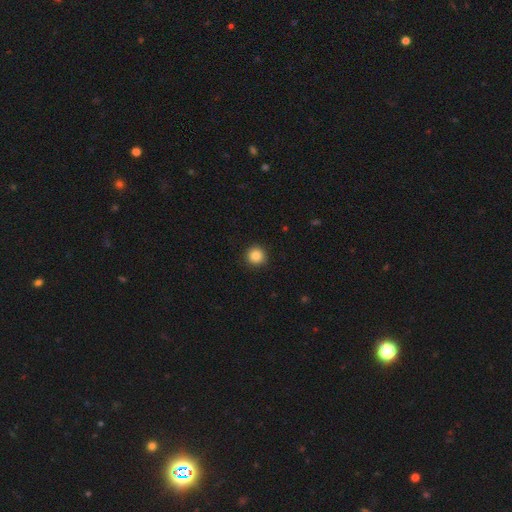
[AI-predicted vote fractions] smooth 87%, star or artifact 10%, featured or disk 3%. Down the decision tree: how rounded — round (94%); merging — none (92%).